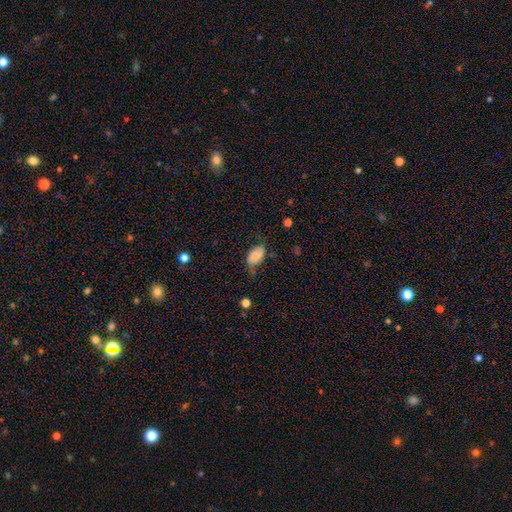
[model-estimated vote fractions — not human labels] A smooth galaxy with no disk features (68%) that is in between round and cigar-shaped (90%).

Vote fractions:
- Smooth or featured? smooth: 68% / featured or disk: 24% / star or artifact: 8%
- How rounded? in between: 90% / round: 9% / cigar-shaped: 2%
- Merging? none: 47% / minor disturbance: 36% / major disturbance: 14% / merger: 2%